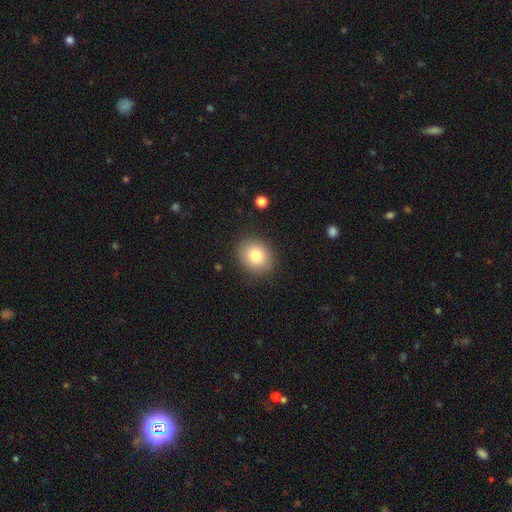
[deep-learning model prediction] Smooth or featured: smooth — 82% (star or artifact — 9%)
How rounded: round — 60% (in between — 39%)
Merging: none — 87% (minor disturbance — 9%)